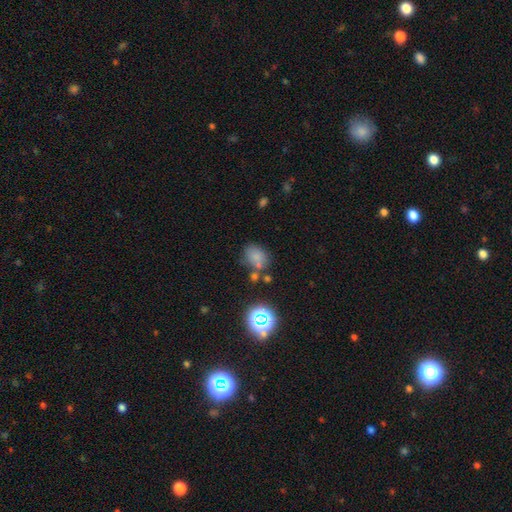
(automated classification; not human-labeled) This is likely a smooth galaxy (72%). How rounded: possibly in between (60%). Merging: possibly none (56%).